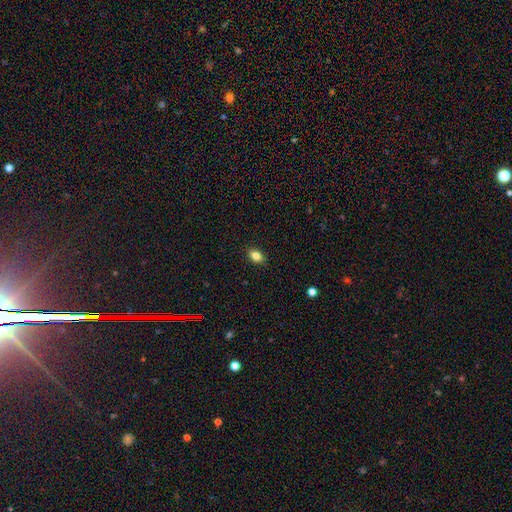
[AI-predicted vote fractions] Smooth or featured? smooth (81%)
How rounded? in between (79%)
Merging? none (89%)